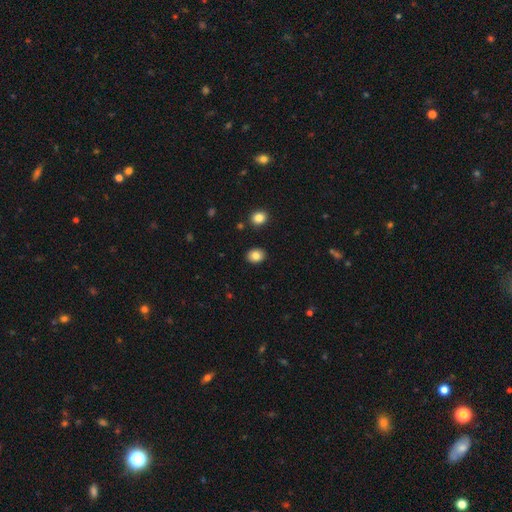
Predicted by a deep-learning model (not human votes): smooth-or-featured: smooth: 84% | star or artifact: 9% | featured or disk: 7%
  how-rounded: in between: 56% | round: 43% | cigar-shaped: 1%
  merging: none: 89% | minor disturbance: 7% | major disturbance: 2% | merger: 2%